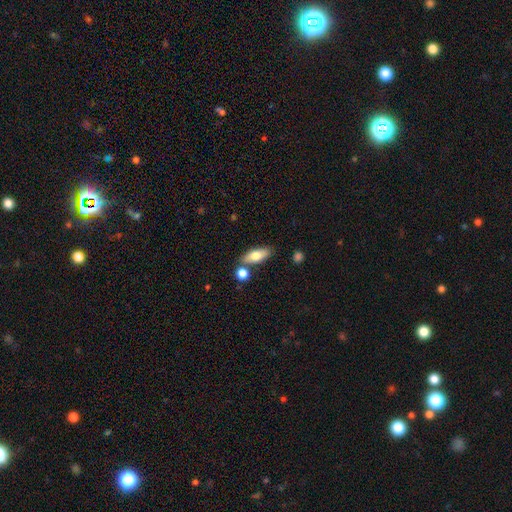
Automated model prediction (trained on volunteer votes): This is likely a smooth galaxy (73%). How rounded: likely in between (75%). Merging: likely none (73%).